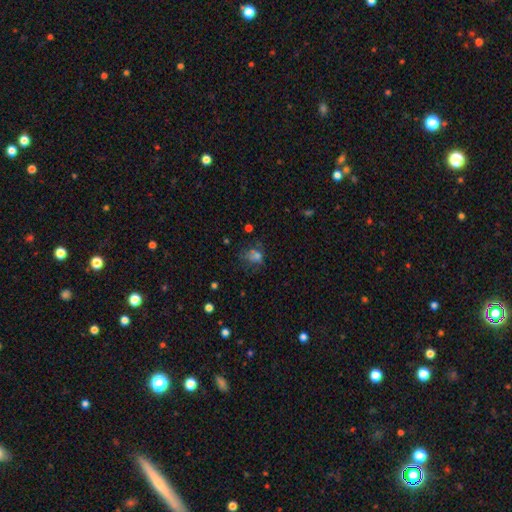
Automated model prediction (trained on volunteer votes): The model was most divided on "how rounded": round: 50%, in between: 49%, cigar-shaped: 1%. Remaining: smooth or featured — smooth (55%); merging — none (41%).